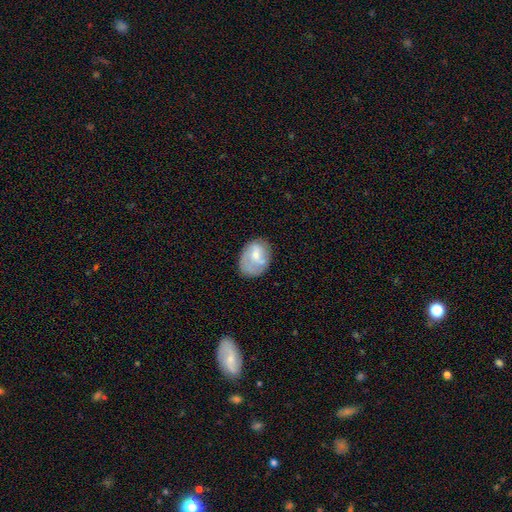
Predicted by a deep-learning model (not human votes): Morphology: type=smooth (53%); roundness=in between (69%); merging=none (56%).